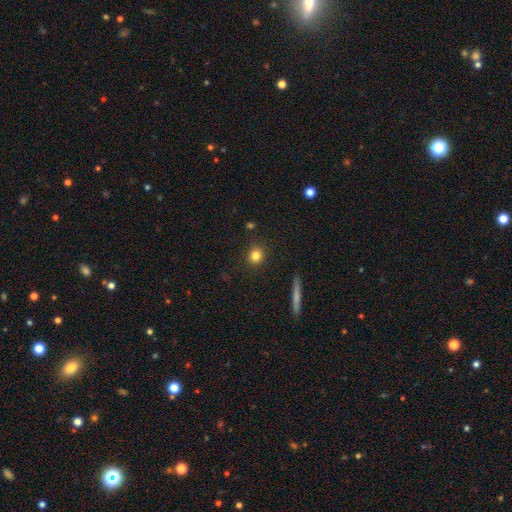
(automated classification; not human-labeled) Overall: smooth (82%). How rounded: round (86%). Merging: none (89%).